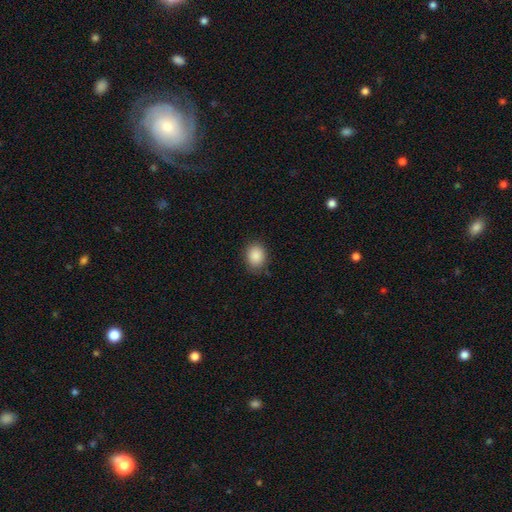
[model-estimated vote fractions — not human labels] This appears to be a smooth galaxy with no disk features (88%) that is round (51%). Merging: none (82%).